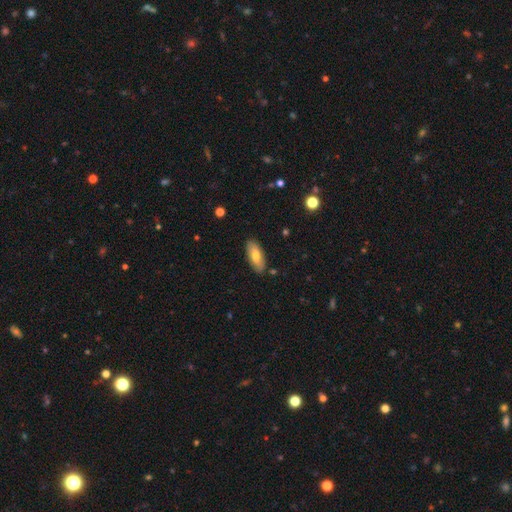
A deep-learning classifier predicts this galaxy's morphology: This appears to be a smooth galaxy with no disk features (71%) that is in between round and cigar-shaped (82%). Merging: none (86%).